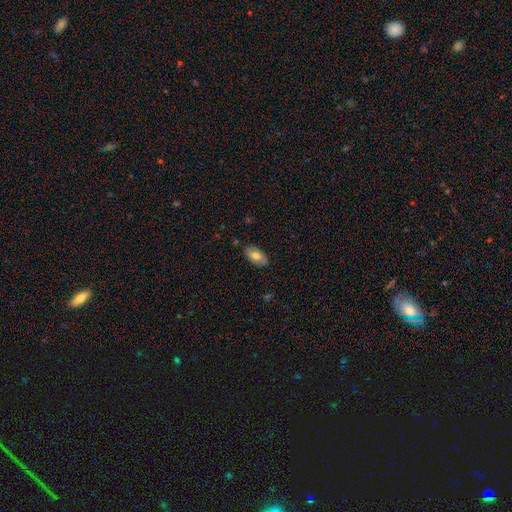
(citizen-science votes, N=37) A smooth galaxy with no disk features (65%) that is in between round and cigar-shaped (79%).

Vote fractions:
- Smooth or featured? smooth: 65% / featured or disk: 35% / star or artifact: 0%
- How rounded? in between: 79% / round: 21% / cigar-shaped: 0%
- Merging? none: 81% / minor disturbance: 16% / major disturbance: 3% / merger: 0%